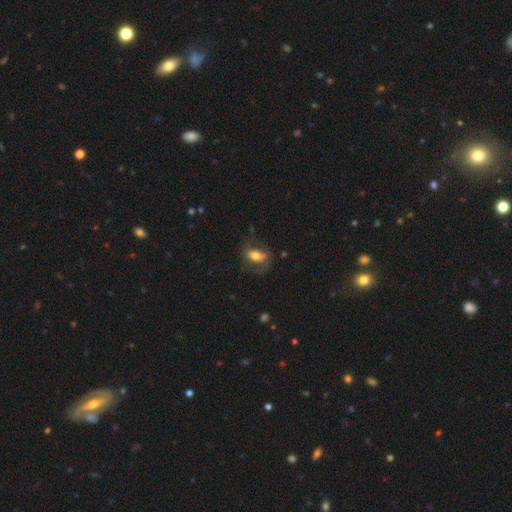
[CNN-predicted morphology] The model was most divided on "smooth or featured": smooth: 59%, featured or disk: 33%, star or artifact: 8%. More confident: how rounded — in between (83%); merging — none (59%).